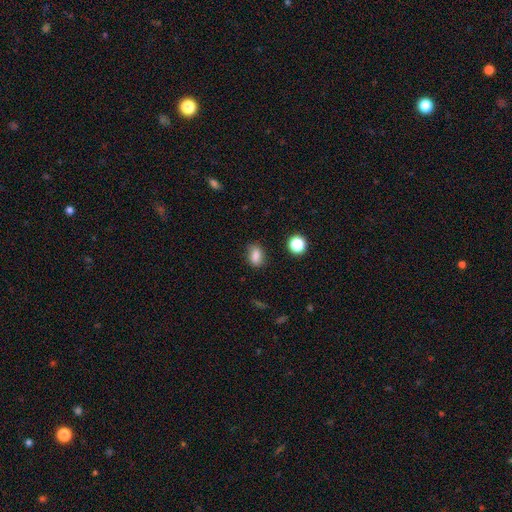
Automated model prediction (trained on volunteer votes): This is clearly a smooth galaxy (84%). How rounded: likely in between (78%). Merging: likely none (79%).